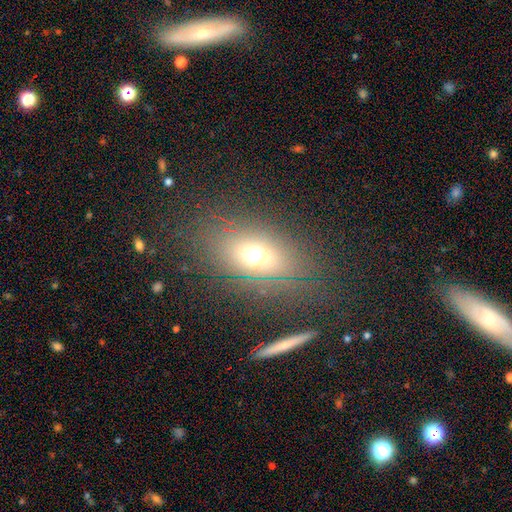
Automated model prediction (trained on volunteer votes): Smooth or featured? Predicted: smooth (p=0.59). How rounded? Predicted: in between (p=0.64). Merging? Predicted: none (p=0.79).